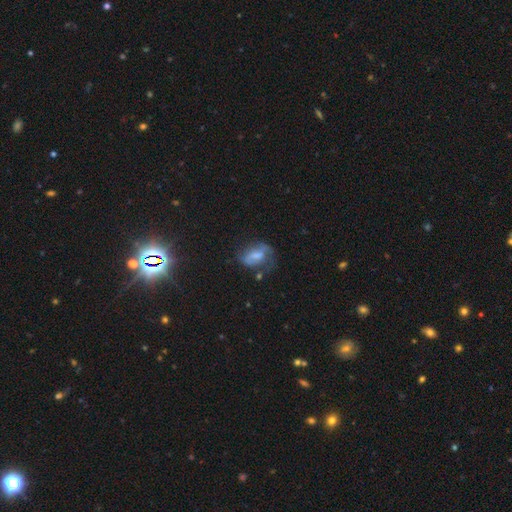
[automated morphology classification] A featured or disk galaxy (47%). Merging: none (37%).